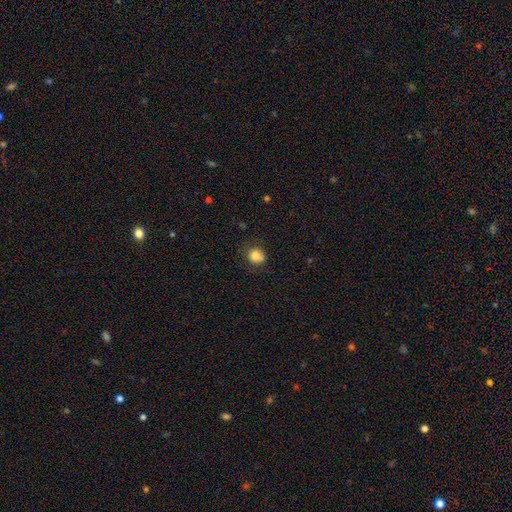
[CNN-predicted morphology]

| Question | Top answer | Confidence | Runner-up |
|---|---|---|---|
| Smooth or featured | smooth | 81% | star or artifact (11%) |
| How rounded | round | 80% | in between (19%) |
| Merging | none | 74% | minor disturbance (18%) |